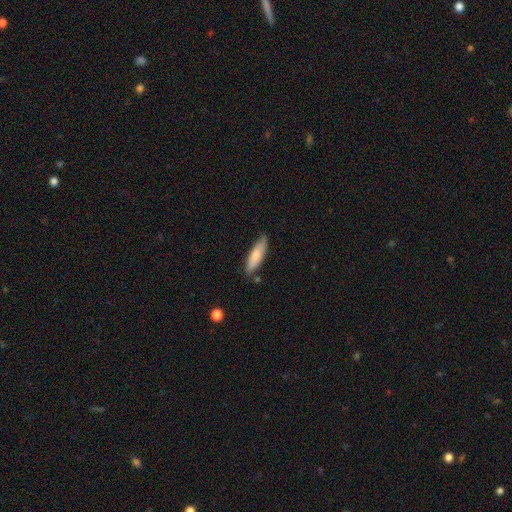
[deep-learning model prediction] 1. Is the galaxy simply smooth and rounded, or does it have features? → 78% smooth, 16% featured or disk, 5% star or artifact.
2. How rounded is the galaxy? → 61% cigar-shaped, 38% in between, 2% round.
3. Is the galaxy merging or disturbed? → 79% none, 16% minor disturbance, 3% merger, 2% major disturbance.